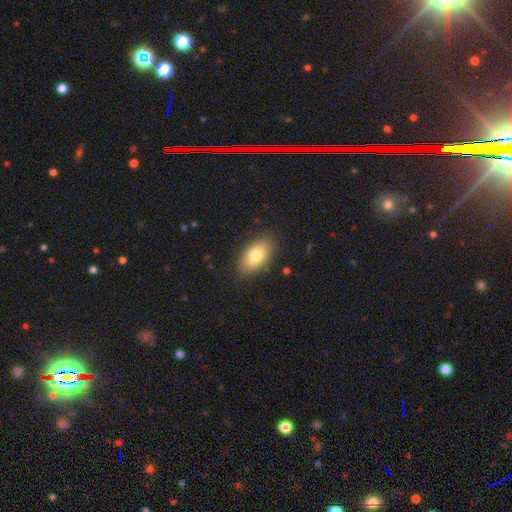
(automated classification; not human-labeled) smooth 77%, featured or disk 15%, star or artifact 8%. Down the decision tree: how rounded — in between (91%); merging — none (85%).